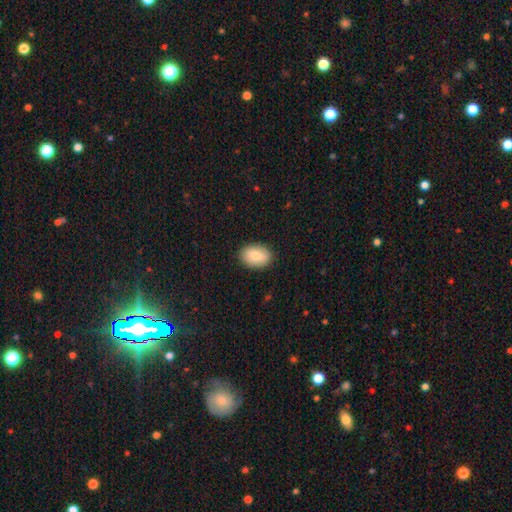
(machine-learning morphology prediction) Smooth or featured?
  - smooth: 82% *
  - featured or disk: 11%
  - star or artifact: 7%
How rounded?
  - in between: 82% *
  - round: 17%
  - cigar-shaped: 1%
Merging?
  - none: 88% *
  - minor disturbance: 9%
  - major disturbance: 2%
  - merger: 1%